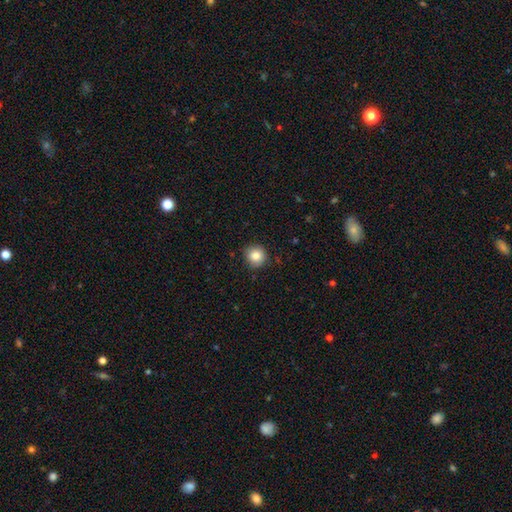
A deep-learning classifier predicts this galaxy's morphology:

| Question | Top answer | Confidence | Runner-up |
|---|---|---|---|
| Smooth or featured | smooth | 84% | star or artifact (10%) |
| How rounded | round | 93% | in between (6%) |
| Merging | none | 87% | minor disturbance (10%) |